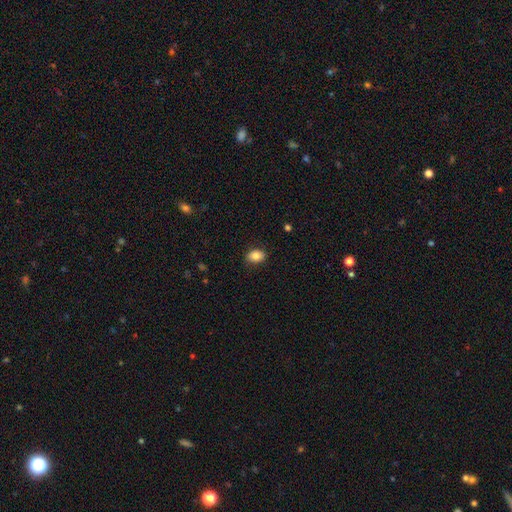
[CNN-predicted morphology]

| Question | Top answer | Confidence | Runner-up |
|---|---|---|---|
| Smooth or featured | smooth | 85% | star or artifact (8%) |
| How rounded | in between | 78% | round (21%) |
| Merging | none | 87% | minor disturbance (10%) |